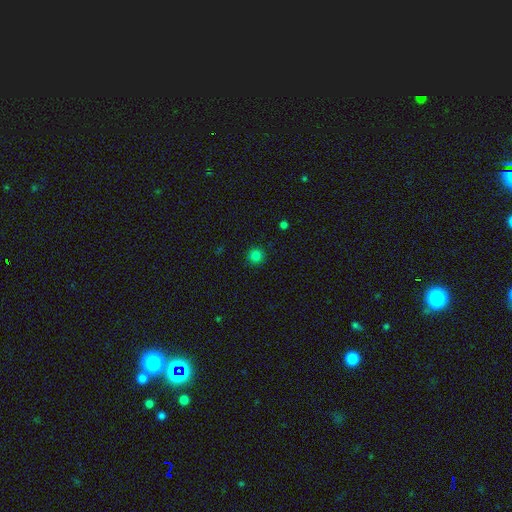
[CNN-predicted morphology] The model was most divided on "smooth or featured": smooth: 82%, star or artifact: 15%, featured or disk: 3%. More confident: how rounded — round (95%); merging — none (91%).